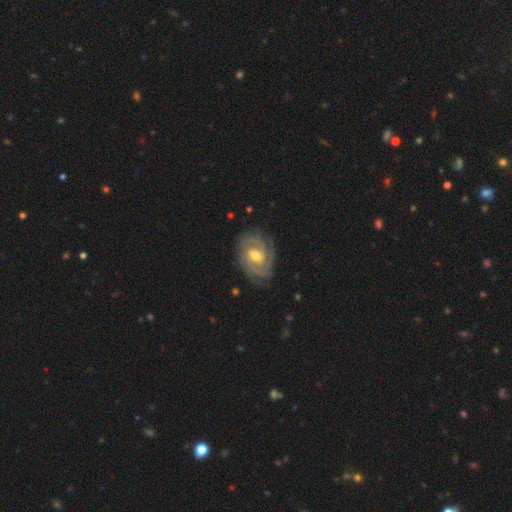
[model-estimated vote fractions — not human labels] The model was most divided on "bar": weak: 48%, no: 35%, strong: 18%. Remaining: spiral arms — yes (98%); edge-on disk — no (97%); smooth or featured — featured or disk (91%); merging — none (80%); spiral winding — tight (71%); bulge size — moderate (67%); spiral arm count — 2 (47%).